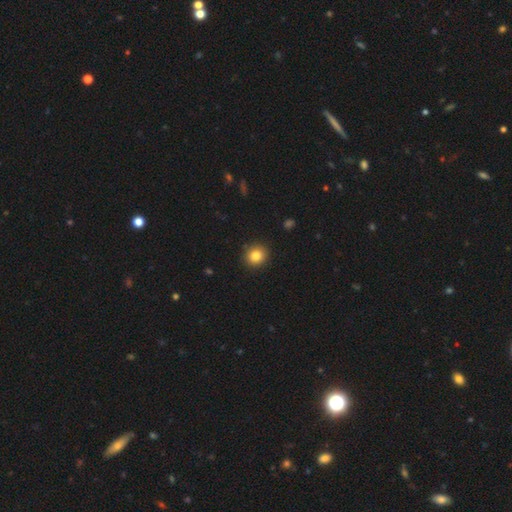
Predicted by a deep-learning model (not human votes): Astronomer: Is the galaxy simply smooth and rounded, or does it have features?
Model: smooth — 84%.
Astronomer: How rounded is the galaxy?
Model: round — 85%.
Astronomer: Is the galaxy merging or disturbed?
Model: none — 91%.